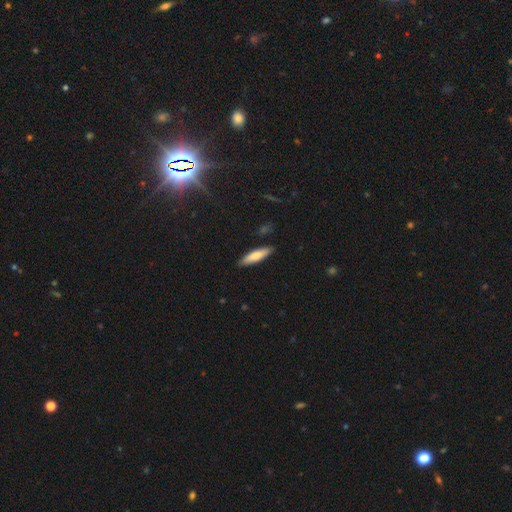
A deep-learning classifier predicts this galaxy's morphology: The model was most divided on "how rounded": cigar-shaped: 74%, in between: 25%, round: 2%. More confident: merging — none (88%); smooth or featured — smooth (74%).